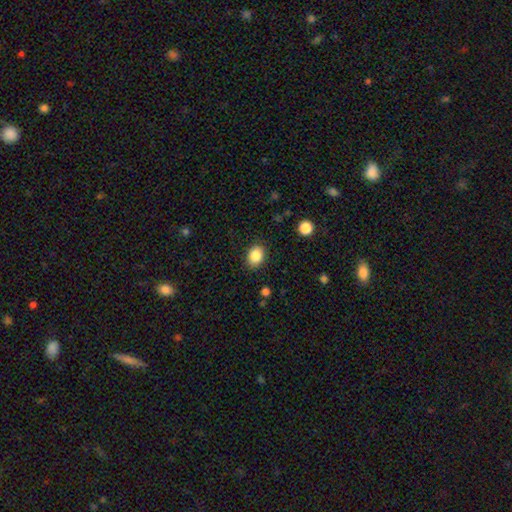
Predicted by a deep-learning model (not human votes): Q: Smooth or featured?
A: smooth (86%); runner-up: star or artifact (9%)
Q: How rounded?
A: in between (56%); runner-up: round (44%)
Q: Merging?
A: none (88%); runner-up: minor disturbance (9%)